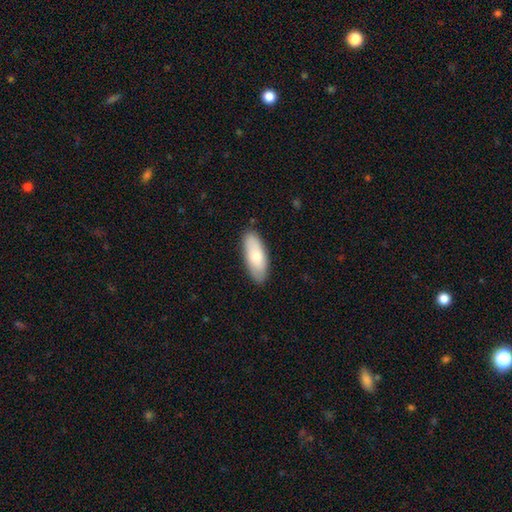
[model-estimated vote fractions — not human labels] Morphology: type=smooth (75%); roundness=in between (76%); merging=none (85%).